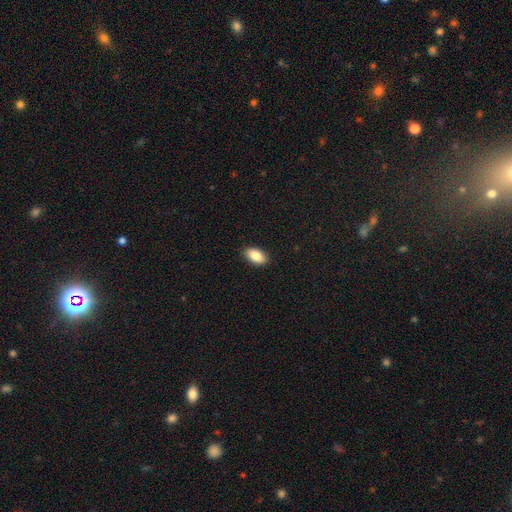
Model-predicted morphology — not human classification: type=smooth (87%); roundness=in between (93%); merging=none (89%).